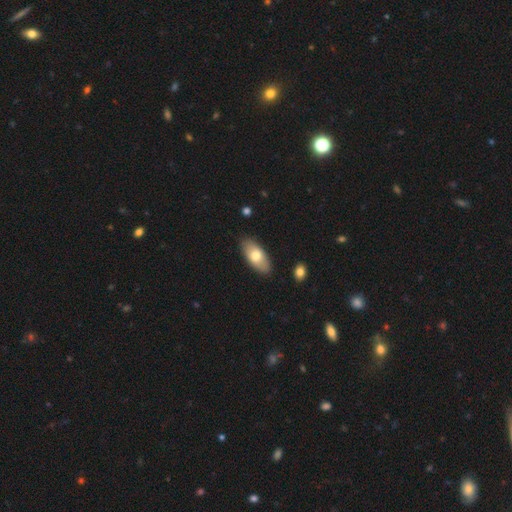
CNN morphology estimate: Q: Smooth or featured?
A: smooth (71%); runner-up: featured or disk (23%)
Q: How rounded?
A: in between (88%); runner-up: cigar-shaped (9%)
Q: Merging?
A: none (87%); runner-up: minor disturbance (10%)